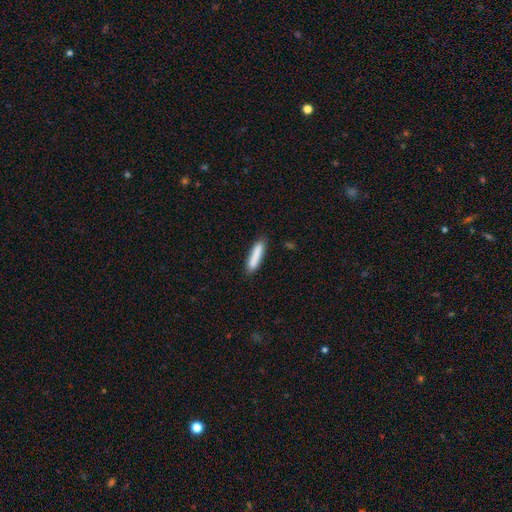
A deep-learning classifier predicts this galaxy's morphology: type=smooth (85%); roundness=cigar-shaped (83%); merging=none (83%).